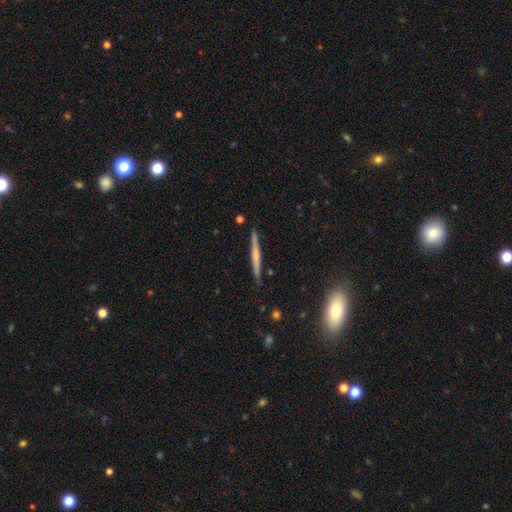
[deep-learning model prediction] Overall: featured or disk (55%; smooth 38%). Edge-on disk: yes (97%). Edge-on bulge: none (52%; rounded 35%). Merging: none (89%).